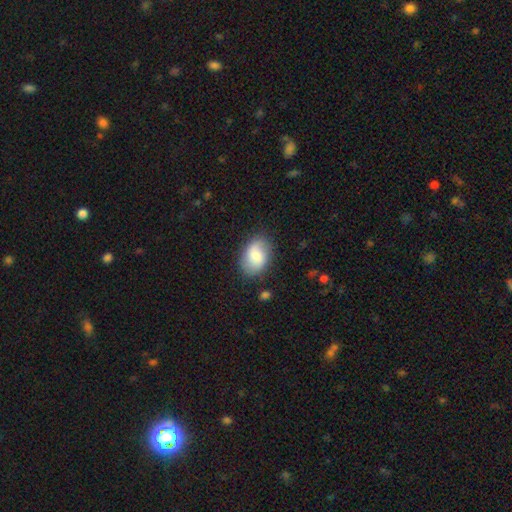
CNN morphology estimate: Smooth or featured?
  - smooth: 62% *
  - featured or disk: 30%
  - star or artifact: 7%
How rounded?
  - in between: 78% *
  - round: 21%
  - cigar-shaped: 1%
Merging?
  - none: 78% *
  - minor disturbance: 16%
  - major disturbance: 4%
  - merger: 2%